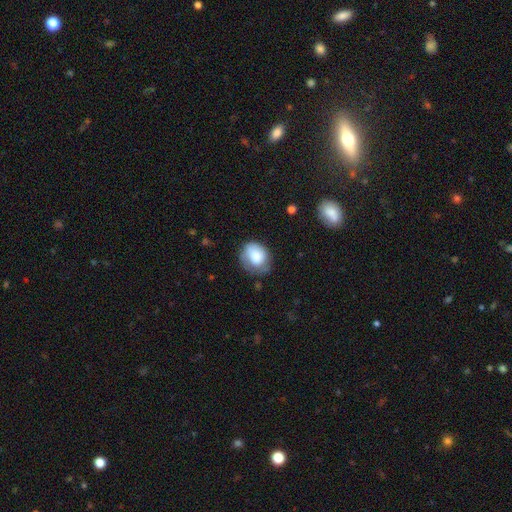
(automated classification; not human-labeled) This appears to be a smooth galaxy with no disk features (76%) that is round (63%). Merging: none (52%).